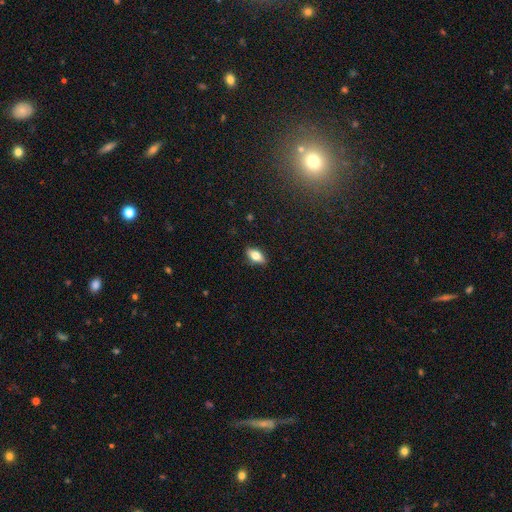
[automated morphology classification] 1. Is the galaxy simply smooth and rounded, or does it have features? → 70% smooth, 22% featured or disk, 8% star or artifact.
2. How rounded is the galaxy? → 85% in between, 10% cigar-shaped, 5% round.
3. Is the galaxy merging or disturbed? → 85% none, 11% minor disturbance, 2% major disturbance, 1% merger.